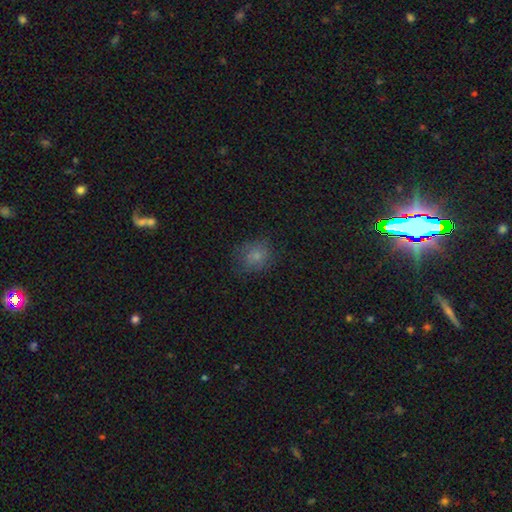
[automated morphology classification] smooth_or_featured: smooth (p=0.74) [alt: star or artifact p=0.14]
how_rounded: round (p=0.69) [alt: in between p=0.30]
merging: none (p=0.69) [alt: minor disturbance p=0.21]